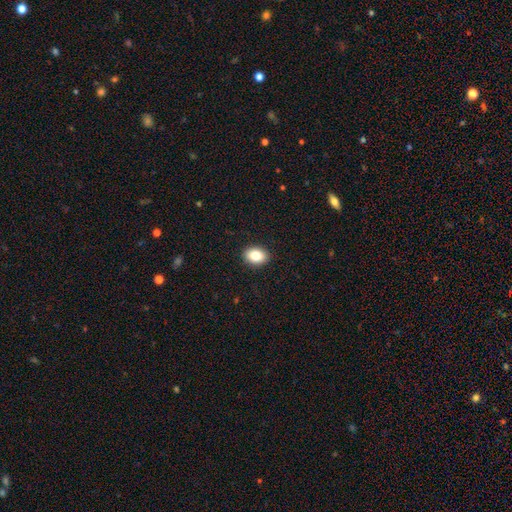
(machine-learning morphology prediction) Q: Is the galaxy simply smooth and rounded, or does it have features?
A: smooth — 84%.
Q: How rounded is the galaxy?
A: in between — 75%.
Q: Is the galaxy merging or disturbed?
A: none — 90%.